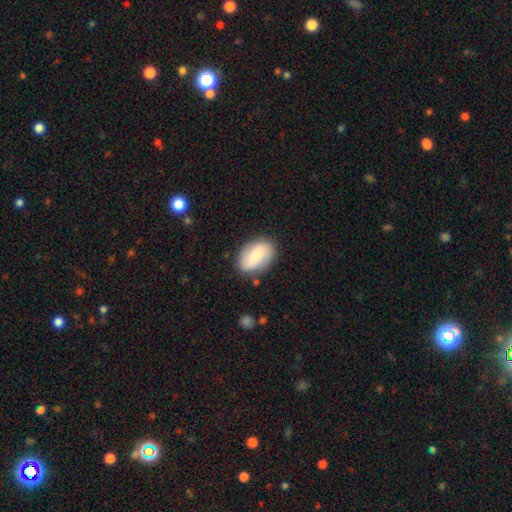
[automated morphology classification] smooth_or_featured: smooth (p=0.53) [alt: featured or disk p=0.40]
how_rounded: in between (p=0.86) [alt: round p=0.13]
merging: none (p=0.80) [alt: minor disturbance p=0.14]